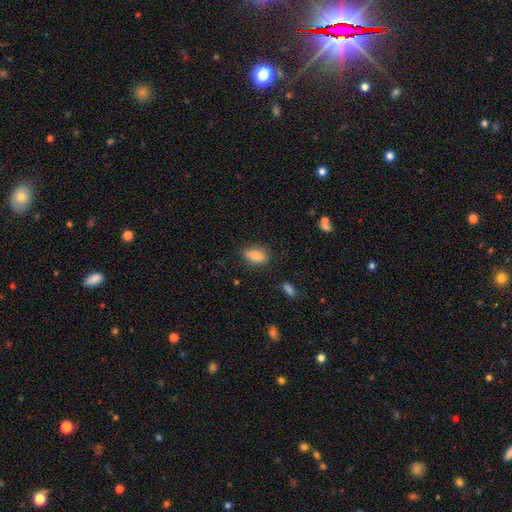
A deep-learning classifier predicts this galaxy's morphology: Smooth or featured? smooth (82%)
How rounded? in between (84%)
Merging? none (80%)